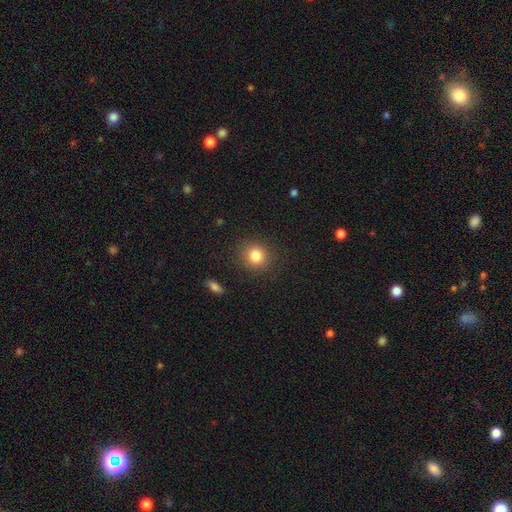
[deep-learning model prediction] Q: Smooth or featured?
A: smooth (83%); runner-up: star or artifact (11%)
Q: How rounded?
A: round (83%); runner-up: in between (16%)
Q: Merging?
A: none (88%); runner-up: minor disturbance (8%)